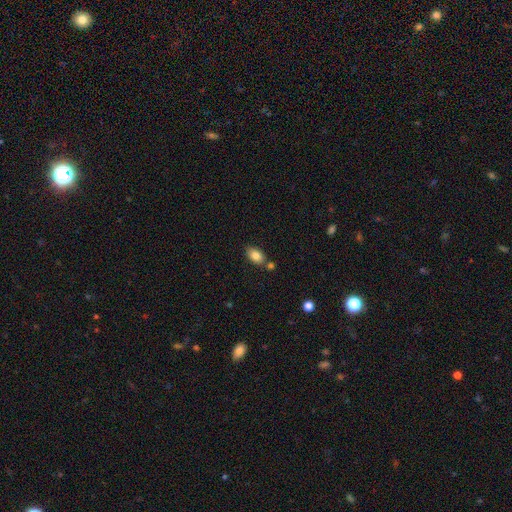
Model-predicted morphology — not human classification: Overall: smooth (83%). How rounded: in between (89%). Merging: none (73%).